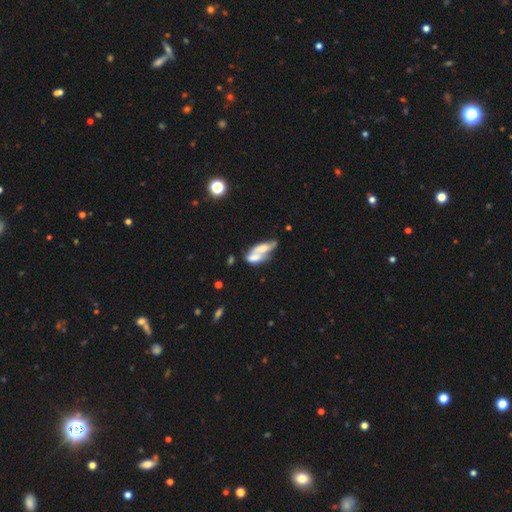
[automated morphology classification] A smooth galaxy with no disk features (49%). Merging: merger (63%).